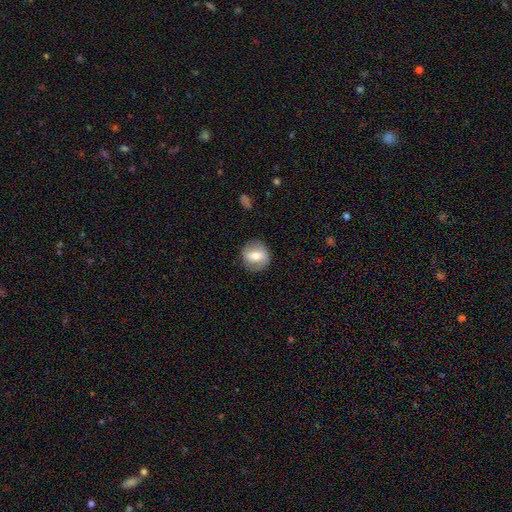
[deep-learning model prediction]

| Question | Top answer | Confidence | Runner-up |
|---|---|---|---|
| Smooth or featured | smooth | 55% | featured or disk (38%) |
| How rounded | round | 84% | in between (15%) |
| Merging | none | 82% | minor disturbance (12%) |